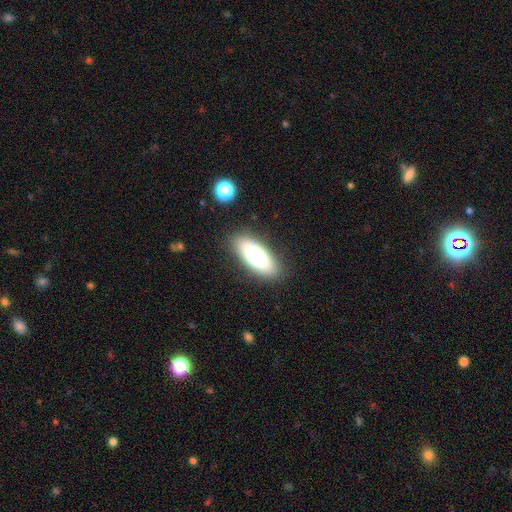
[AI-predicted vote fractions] smooth-or-featured: smooth: 79% | featured or disk: 13% | star or artifact: 8%
  how-rounded: in between: 76% | cigar-shaped: 22% | round: 2%
  merging: none: 86% | minor disturbance: 10% | major disturbance: 3% | merger: 1%